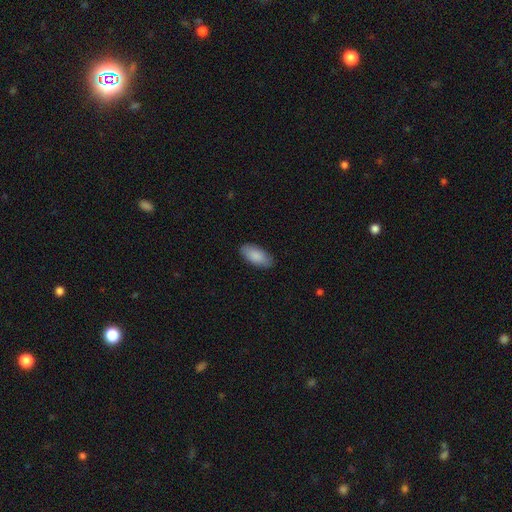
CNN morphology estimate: This is clearly a smooth galaxy (88%). How rounded: clearly in between (91%). Merging: clearly none (86%).